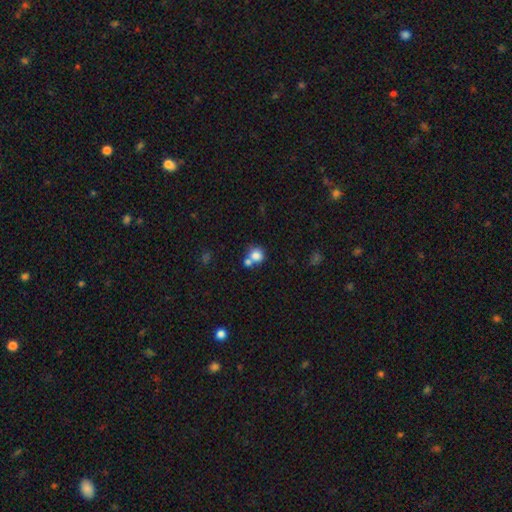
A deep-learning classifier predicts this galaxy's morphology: The model was most divided on "merging": none: 46%, merger: 41%, minor disturbance: 9%, major disturbance: 4%. More confident: how rounded — round (83%); smooth or featured — smooth (80%).